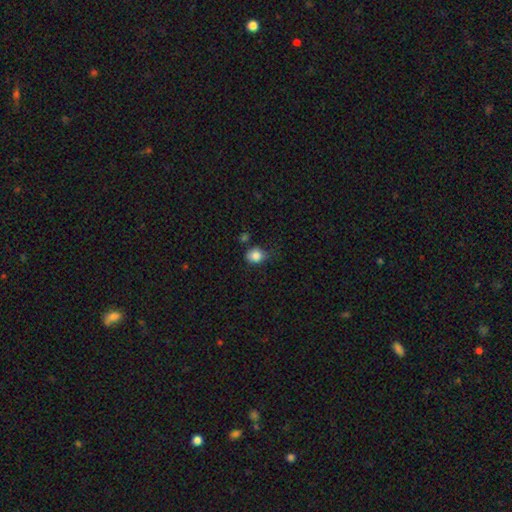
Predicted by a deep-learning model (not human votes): This appears to be a smooth galaxy with no disk features (84%) that is round (66%). Merging: none (59%).